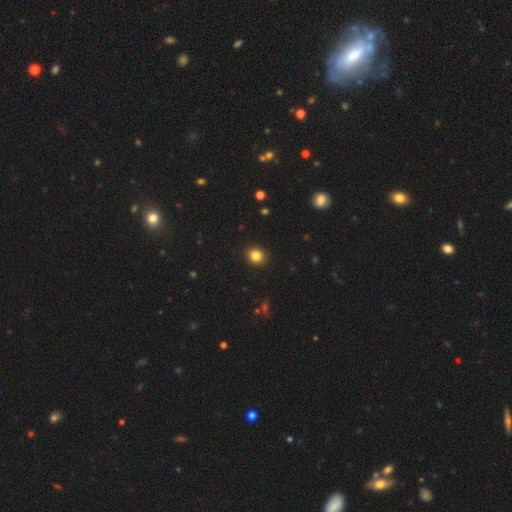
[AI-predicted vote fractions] Smooth or featured? Predicted: smooth (p=0.83). How rounded? Predicted: round (p=0.81). Merging? Predicted: none (p=0.92).